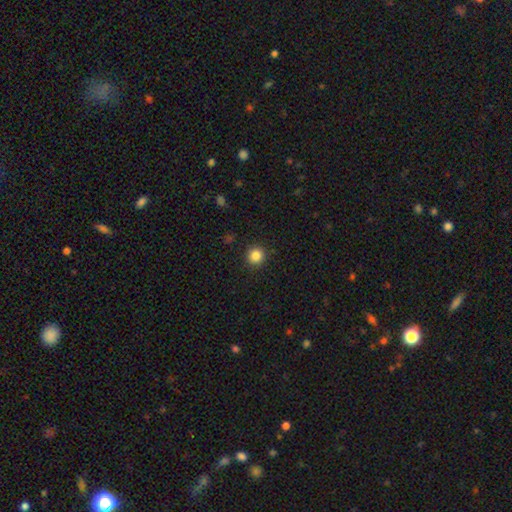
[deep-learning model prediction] The model was most divided on "smooth or featured": smooth: 85%, star or artifact: 11%, featured or disk: 5%. More confident: how rounded — round (93%); merging — none (92%).